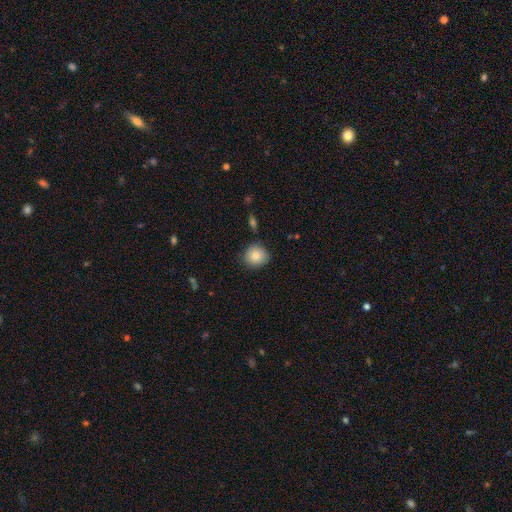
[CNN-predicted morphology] smooth 83%, featured or disk 9%, star or artifact 9%. Down the decision tree: how rounded — round (87%); merging — none (83%).